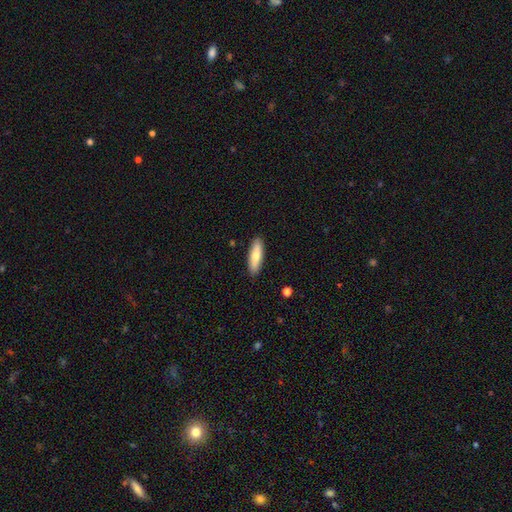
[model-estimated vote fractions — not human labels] Morphology: type=smooth (69%); roundness=cigar-shaped (54%); merging=none (89%).